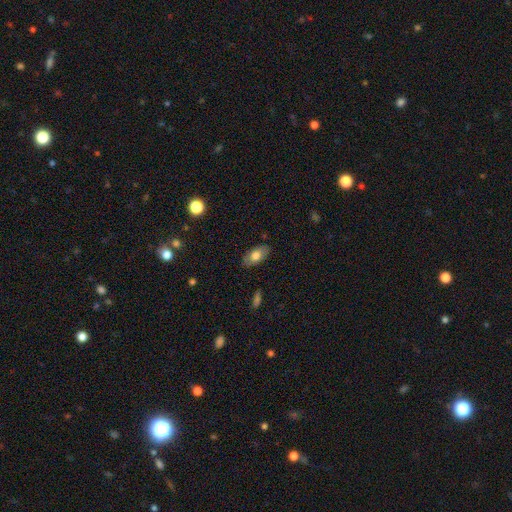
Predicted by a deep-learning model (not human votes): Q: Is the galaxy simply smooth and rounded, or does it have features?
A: smooth — 73%.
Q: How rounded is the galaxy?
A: in between — 92%.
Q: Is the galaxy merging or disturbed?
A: none — 85%.